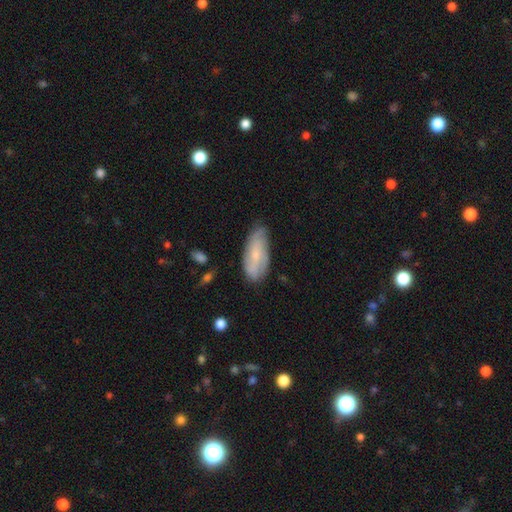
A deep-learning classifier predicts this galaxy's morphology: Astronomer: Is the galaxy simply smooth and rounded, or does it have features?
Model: smooth — 49% (runner-up: featured or disk, 44%).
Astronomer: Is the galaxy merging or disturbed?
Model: none — 69%.